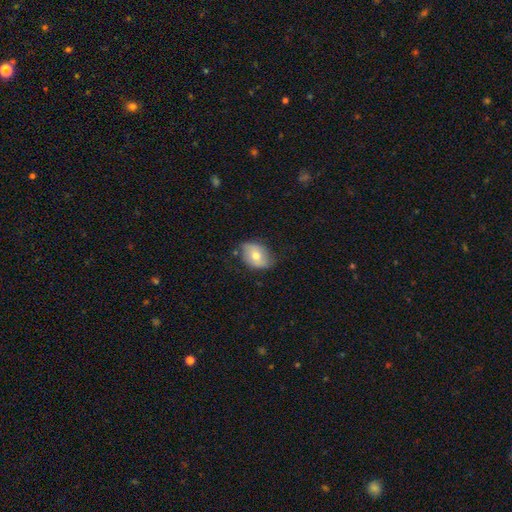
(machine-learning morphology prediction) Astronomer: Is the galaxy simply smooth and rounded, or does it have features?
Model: smooth — 64%.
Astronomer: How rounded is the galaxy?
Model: in between — 70%.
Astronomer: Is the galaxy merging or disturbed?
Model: none — 66%.